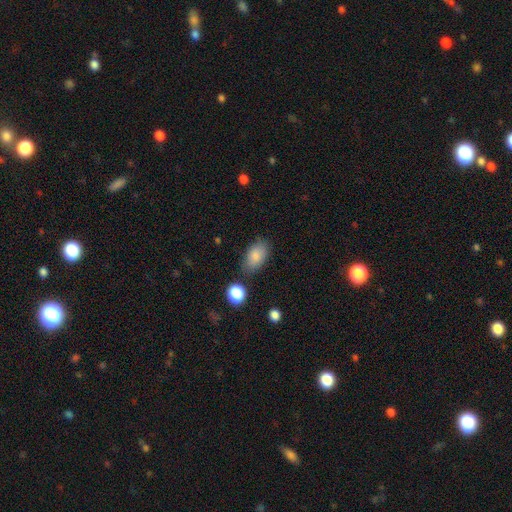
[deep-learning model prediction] Smooth or featured? Predicted: smooth (p=0.84). How rounded? Predicted: in between (p=0.91). Merging? Predicted: none (p=0.76).